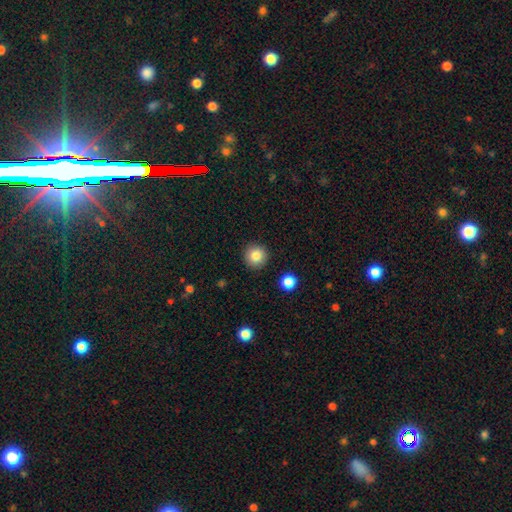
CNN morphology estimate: Smooth or featured? Predicted: smooth (p=0.84). How rounded? Predicted: round (p=0.95). Merging? Predicted: none (p=0.92).